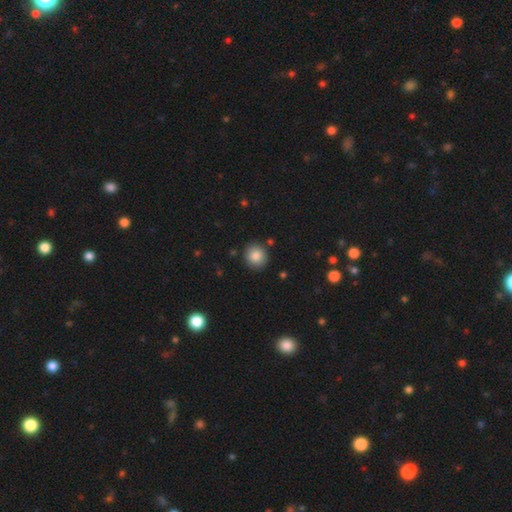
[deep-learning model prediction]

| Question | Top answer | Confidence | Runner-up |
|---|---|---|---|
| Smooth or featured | smooth | 85% | star or artifact (9%) |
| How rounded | round | 87% | in between (12%) |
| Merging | none | 88% | minor disturbance (7%) |